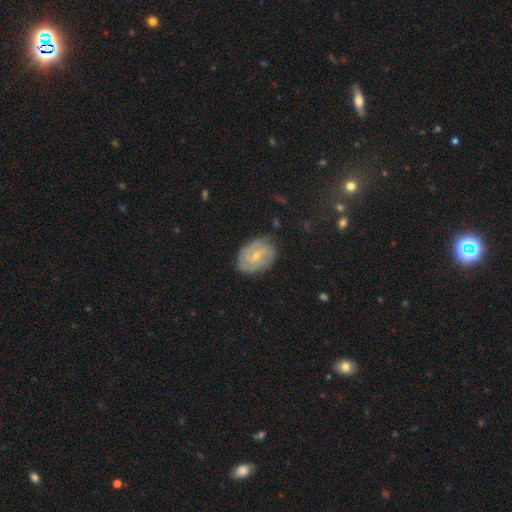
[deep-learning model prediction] Q: Smooth or featured?
A: featured or disk (82%); runner-up: smooth (12%)
Q: Edge-on disk?
A: no (97%); runner-up: yes (3%)
Q: Bar?
A: weak (49%); runner-up: no (40%)
Q: Spiral arms?
A: yes (96%); runner-up: no (4%)
Q: Spiral winding?
A: tight (59%); runner-up: medium (33%)
Q: Spiral arm count?
A: 2 (33%); runner-up: 3 (30%)
Q: Bulge size?
A: small (64%); runner-up: moderate (32%)
Q: Merging?
A: none (78%); runner-up: minor disturbance (16%)